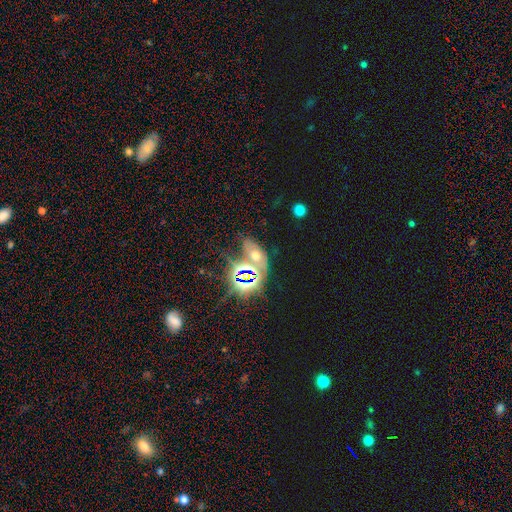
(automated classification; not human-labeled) smooth-or-featured: star or artifact: 48% | smooth: 31% | featured or disk: 21%